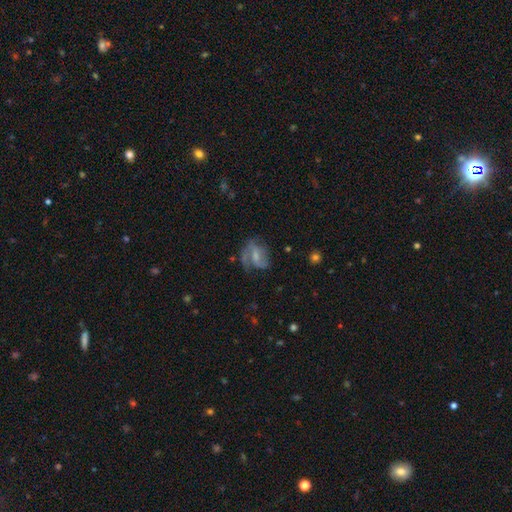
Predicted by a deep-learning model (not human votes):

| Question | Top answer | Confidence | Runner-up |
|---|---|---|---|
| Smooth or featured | featured or disk | 66% | smooth (26%) |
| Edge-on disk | no | 97% | yes (3%) |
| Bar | weak | 48% | no (33%) |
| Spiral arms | yes | 81% | no (19%) |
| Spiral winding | medium | 45% | loose (29%) |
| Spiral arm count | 2 | 47% | 1 (29%) |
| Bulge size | small | 41% | moderate (34%) |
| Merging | none | 45% | major disturbance (28%) |